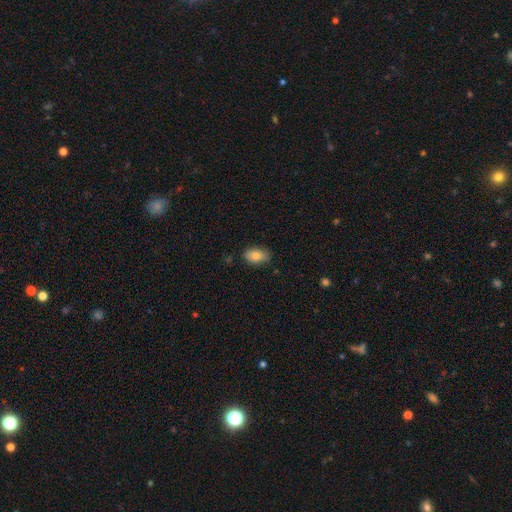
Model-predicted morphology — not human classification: A smooth galaxy with no disk features (82%) that is in between round and cigar-shaped (88%). Merging: none (79%).